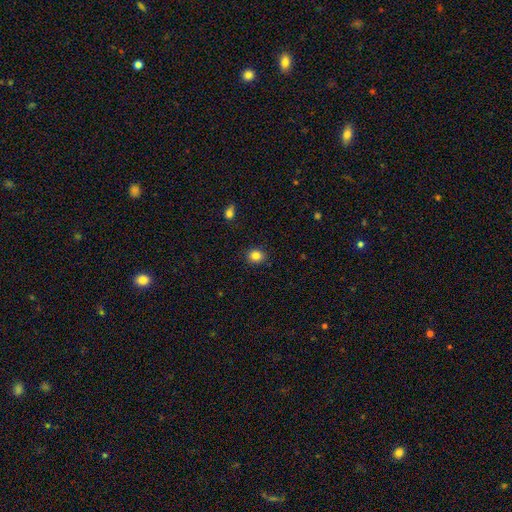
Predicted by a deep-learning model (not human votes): A smooth galaxy with no disk features (84%) that is round (74%). Merging: none (89%).